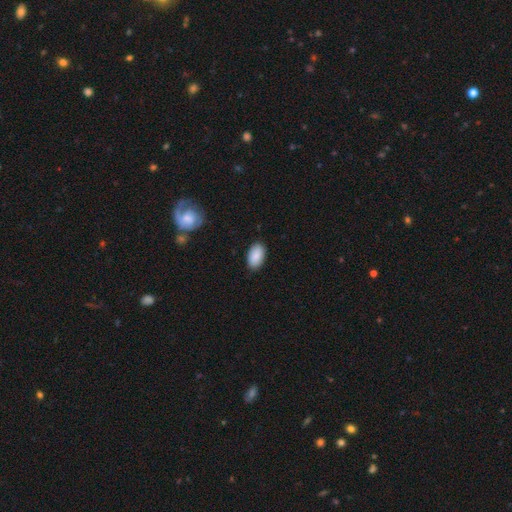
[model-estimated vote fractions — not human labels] This is clearly a smooth galaxy (89%). How rounded: clearly in between (95%). Merging: clearly none (87%).